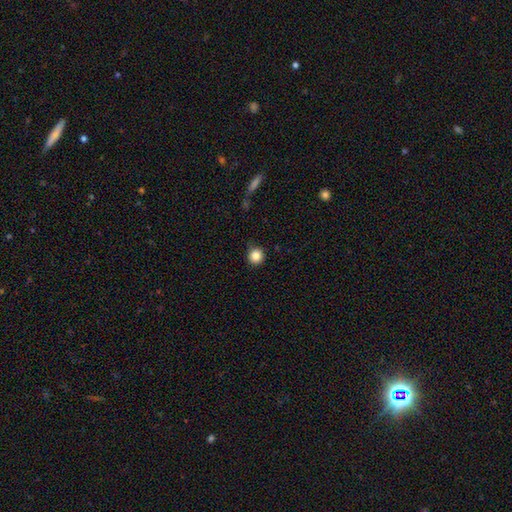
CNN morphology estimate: This is clearly a smooth galaxy (85%). How rounded: clearly round (93%). Merging: clearly none (87%).